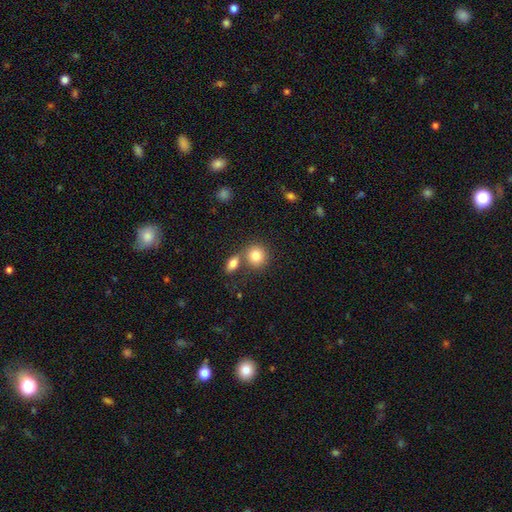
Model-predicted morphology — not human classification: Smooth or featured? smooth (82%)
How rounded? round (82%)
Merging? none (57%)